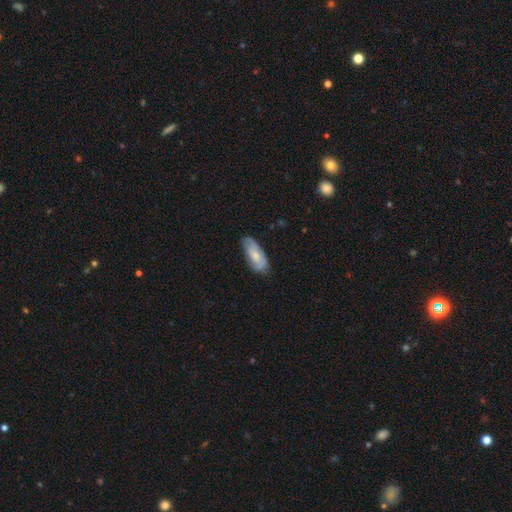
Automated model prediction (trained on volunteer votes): A smooth galaxy with no disk features (57%) that is in between round and cigar-shaped (83%).

Vote fractions:
- Smooth or featured? smooth: 57% / featured or disk: 37% / star or artifact: 6%
- How rounded? in between: 83% / cigar-shaped: 14% / round: 2%
- Merging? none: 62% / minor disturbance: 29% / major disturbance: 8% / merger: 2%